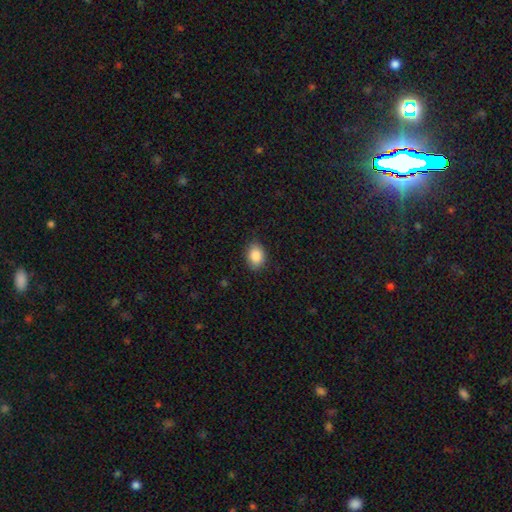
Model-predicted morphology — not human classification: type=smooth (88%); roundness=in between (74%); merging=none (85%).